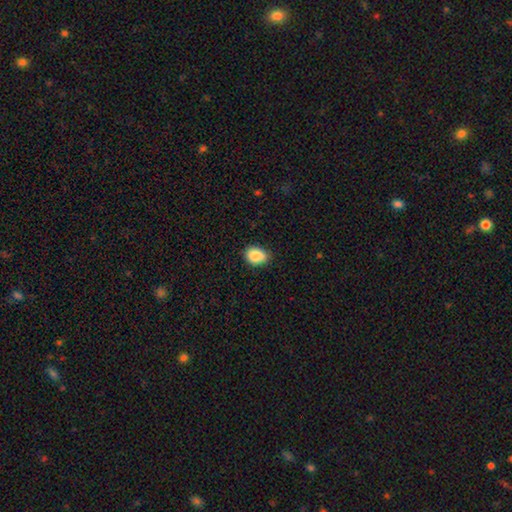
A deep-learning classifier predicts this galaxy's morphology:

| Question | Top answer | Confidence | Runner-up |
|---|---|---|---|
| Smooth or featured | smooth | 88% | star or artifact (8%) |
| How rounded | in between | 66% | round (32%) |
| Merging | none | 76% | minor disturbance (20%) |